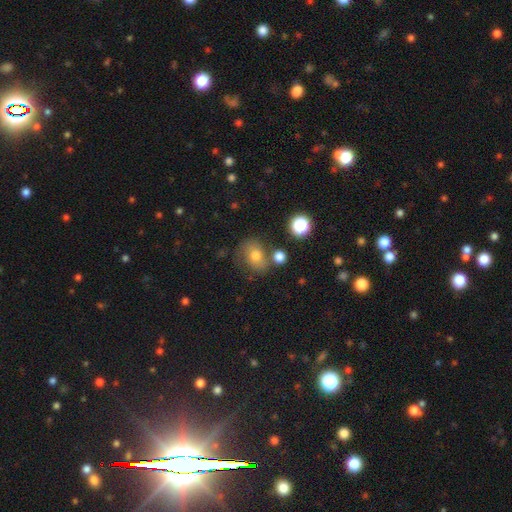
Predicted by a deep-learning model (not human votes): Q: Smooth or featured?
A: smooth (69%); runner-up: featured or disk (18%)
Q: How rounded?
A: round (50%); runner-up: in between (49%)
Q: Merging?
A: none (59%); runner-up: minor disturbance (19%)